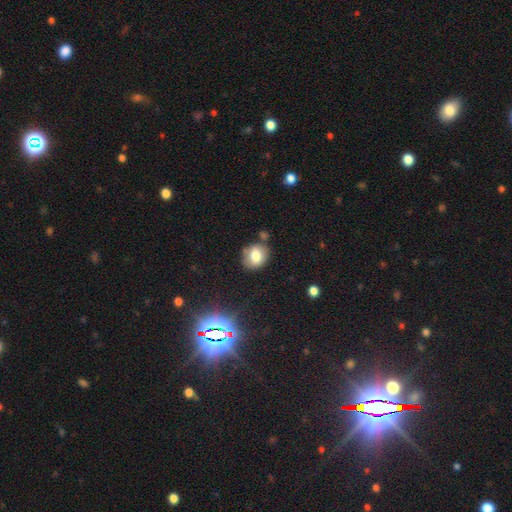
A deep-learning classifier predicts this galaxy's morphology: smooth_or_featured: smooth (p=0.73) [alt: featured or disk p=0.16]
how_rounded: round (p=0.55) [alt: in between p=0.44]
merging: none (p=0.71) [alt: minor disturbance p=0.16]